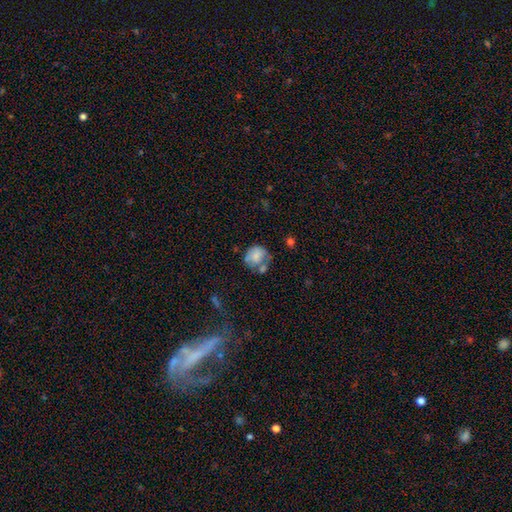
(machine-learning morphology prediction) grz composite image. It shows a smooth galaxy with no disk features (68%) that is round (73%). Merging: none (38%).